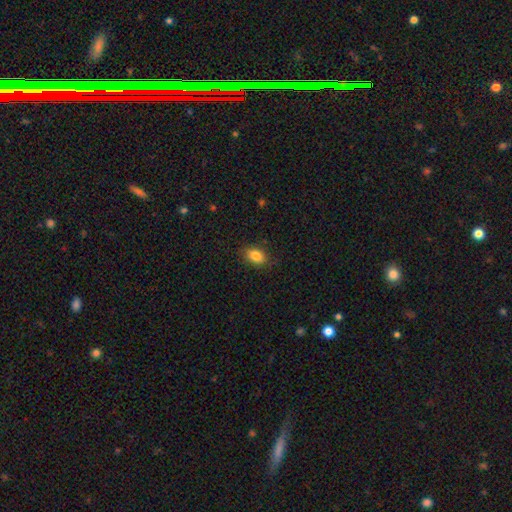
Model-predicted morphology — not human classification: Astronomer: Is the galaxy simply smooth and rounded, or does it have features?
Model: smooth — 85%.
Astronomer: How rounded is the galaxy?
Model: in between — 82%.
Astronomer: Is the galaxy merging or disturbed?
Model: none — 85%.